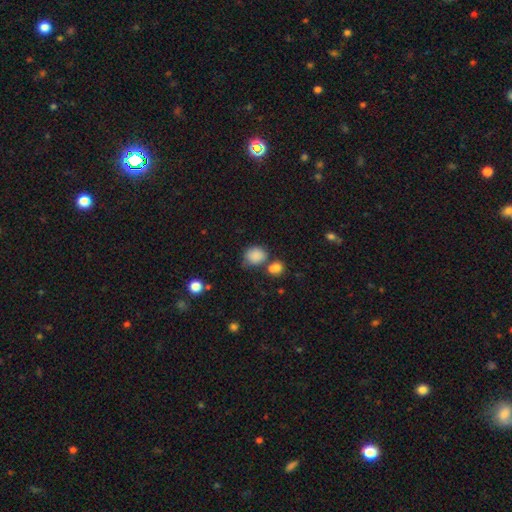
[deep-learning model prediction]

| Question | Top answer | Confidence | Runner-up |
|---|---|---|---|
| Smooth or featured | smooth | 85% | star or artifact (10%) |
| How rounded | round | 65% | in between (34%) |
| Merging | none | 51% | merger (26%) |